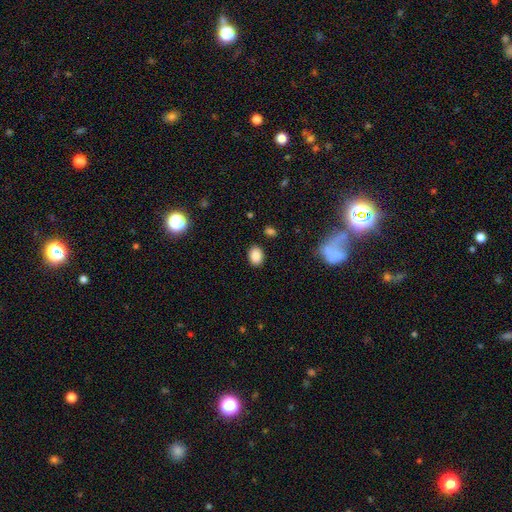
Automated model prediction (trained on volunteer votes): Morphology: type=smooth (87%); roundness=in between (71%); merging=none (87%).